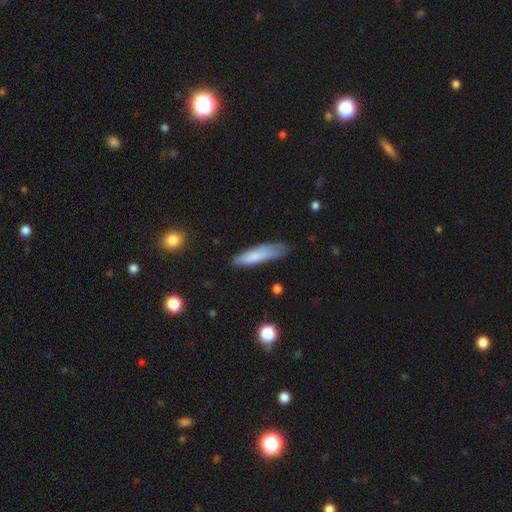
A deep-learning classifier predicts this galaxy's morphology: Overall: smooth (79%). How rounded: cigar-shaped (74%). Merging: none (70%).